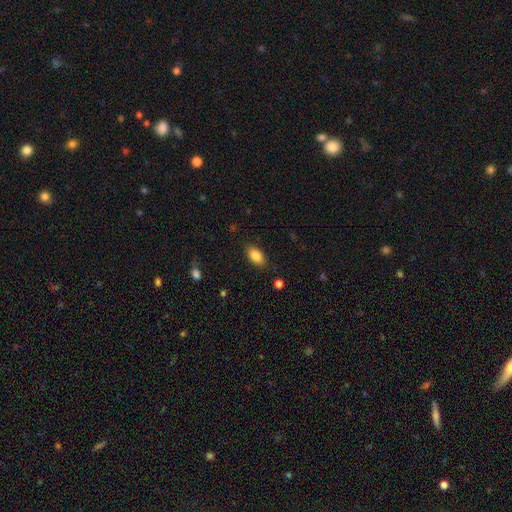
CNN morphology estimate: smooth_or_featured: smooth (p=0.86) [alt: star or artifact p=0.08]
how_rounded: in between (p=0.90) [alt: round p=0.07]
merging: none (p=0.85) [alt: minor disturbance p=0.11]